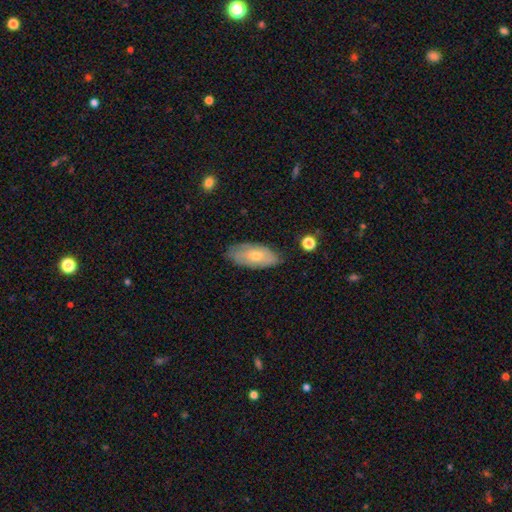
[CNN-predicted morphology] smooth_or_featured: smooth (p=0.57) [alt: featured or disk p=0.36]
how_rounded: in between (p=0.89) [alt: cigar-shaped p=0.08]
merging: none (p=0.73) [alt: minor disturbance p=0.21]